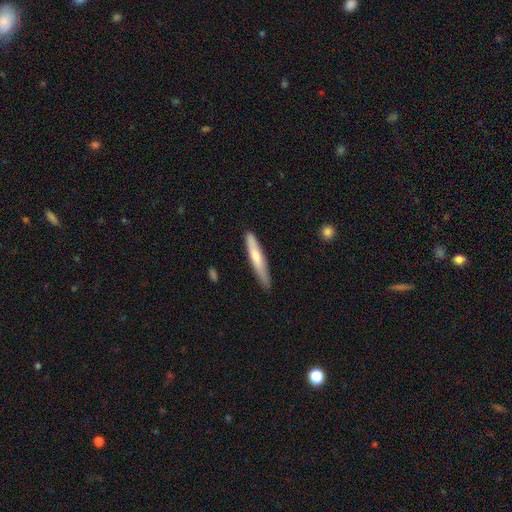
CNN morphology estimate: Smooth or featured?
  - featured or disk: 49% *
  - smooth: 44%
  - star or artifact: 7%
Merging?
  - none: 86% *
  - minor disturbance: 10%
  - major disturbance: 2%
  - merger: 2%